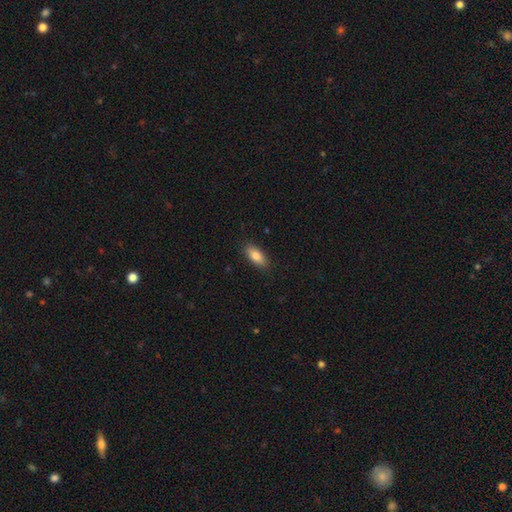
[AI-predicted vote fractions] Overall: smooth (83%). How rounded: in between (83%). Merging: none (88%).